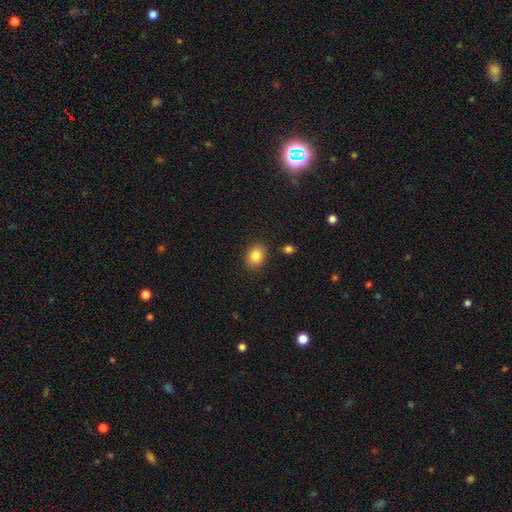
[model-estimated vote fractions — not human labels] Smooth or featured? smooth (84%)
How rounded? in between (58%)
Merging? none (86%)